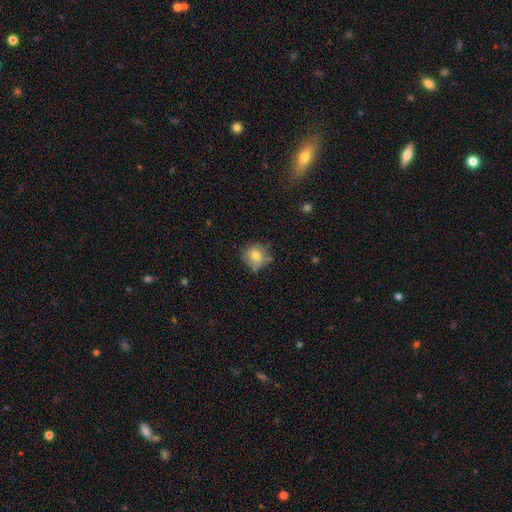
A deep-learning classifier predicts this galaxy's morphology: Smooth or featured: smooth — 76% (featured or disk — 14%)
How rounded: round — 84% (in between — 15%)
Merging: none — 63% (minor disturbance — 27%)